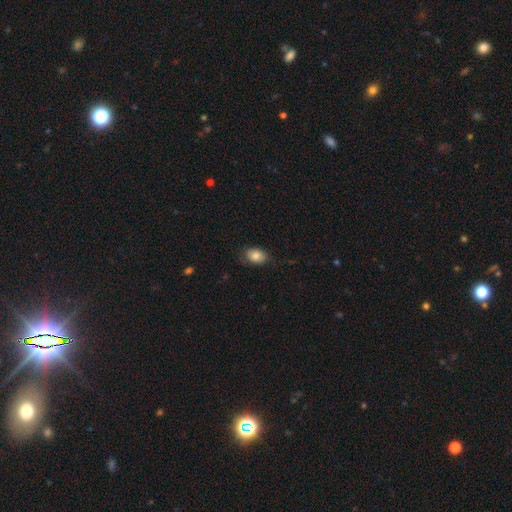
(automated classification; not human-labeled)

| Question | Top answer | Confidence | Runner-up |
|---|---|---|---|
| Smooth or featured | smooth | 82% | featured or disk (10%) |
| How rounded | in between | 82% | round (16%) |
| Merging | none | 75% | minor disturbance (20%) |